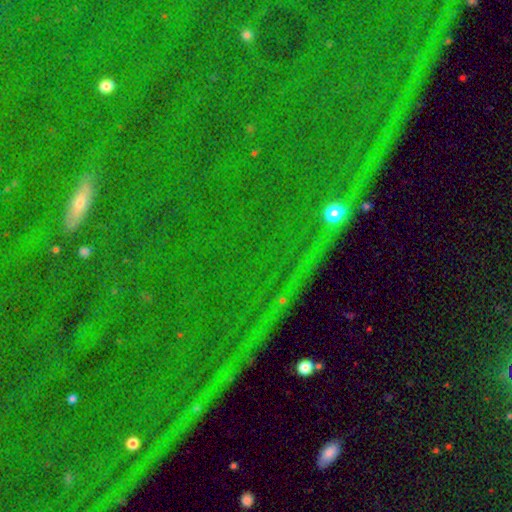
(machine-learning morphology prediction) smooth_or_featured: star or artifact (p=0.78) [alt: smooth p=0.12]